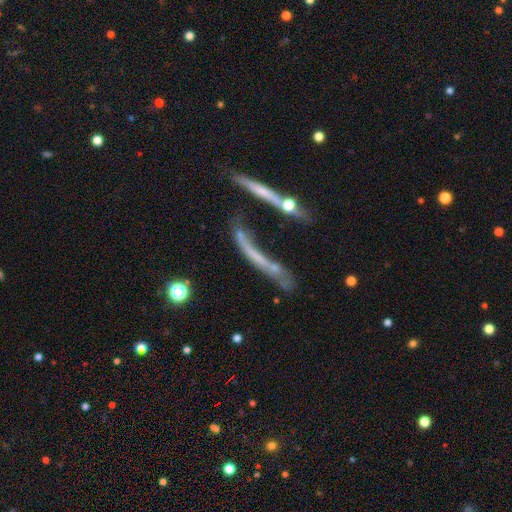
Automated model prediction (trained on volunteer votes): Overall: featured or disk (49%; smooth 37%). Merging: merger (29%, tied with none).